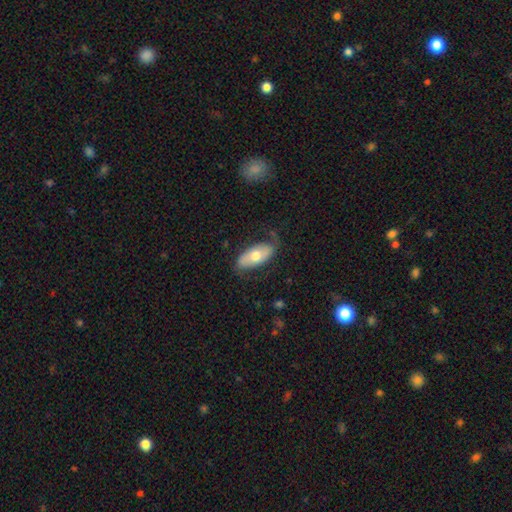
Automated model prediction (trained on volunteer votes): Smooth or featured: smooth — 57% (featured or disk — 38%)
How rounded: in between — 90% (cigar-shaped — 7%)
Merging: none — 67% (minor disturbance — 23%)